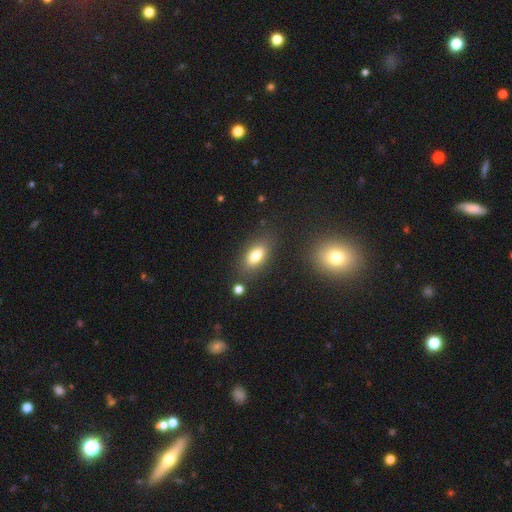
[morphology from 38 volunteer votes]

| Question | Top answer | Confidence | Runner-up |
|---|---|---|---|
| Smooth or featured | smooth | 87% | featured or disk (8%) |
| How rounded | in between | 91% | cigar-shaped (6%) |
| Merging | none | 81% | minor disturbance (11%) |